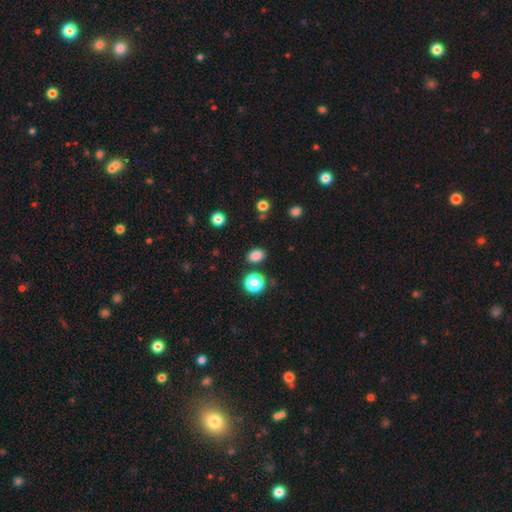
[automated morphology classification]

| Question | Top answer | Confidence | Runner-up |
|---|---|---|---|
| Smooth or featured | smooth | 83% | star or artifact (13%) |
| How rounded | in between | 68% | round (31%) |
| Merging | none | 84% | minor disturbance (9%) |